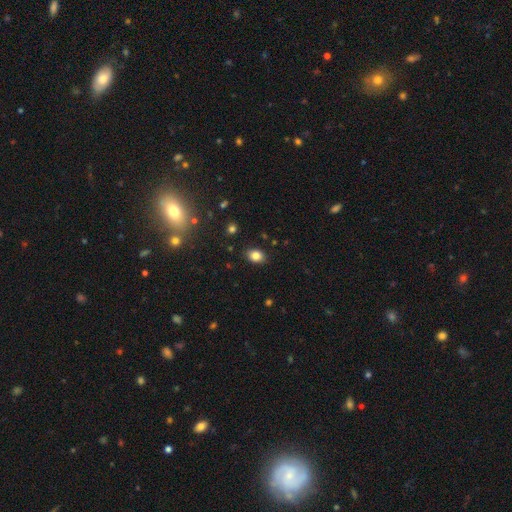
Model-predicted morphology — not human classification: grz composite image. It shows a smooth galaxy with no disk features (83%) that is in between round and cigar-shaped (68%). Merging: none (86%).